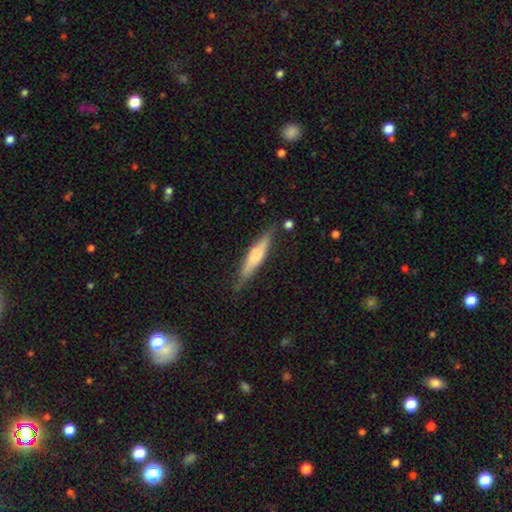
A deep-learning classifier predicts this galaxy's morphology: The model was most divided on "smooth or featured": smooth: 55%, featured or disk: 39%, star or artifact: 6%. More confident: how rounded — cigar-shaped (82%); merging — none (77%).